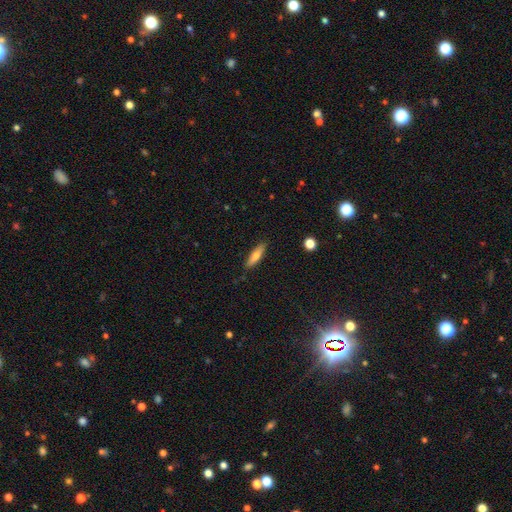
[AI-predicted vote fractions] Smooth or featured?
  - smooth: 67% *
  - featured or disk: 26%
  - star or artifact: 7%
How rounded?
  - cigar-shaped: 66% *
  - in between: 32%
  - round: 2%
Merging?
  - none: 87% *
  - minor disturbance: 10%
  - major disturbance: 2%
  - merger: 1%